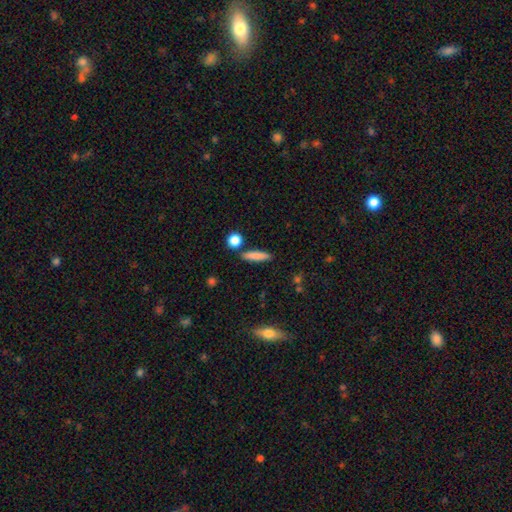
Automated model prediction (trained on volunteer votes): Overall: smooth (82%). How rounded: cigar-shaped (78%). Merging: none (85%).